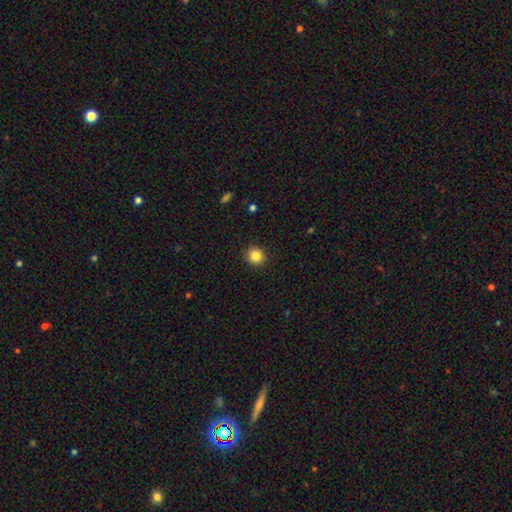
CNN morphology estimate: smooth_or_featured: smooth (p=0.85) [alt: star or artifact p=0.10]
how_rounded: round (p=0.89) [alt: in between p=0.10]
merging: none (p=0.91) [alt: minor disturbance p=0.06]